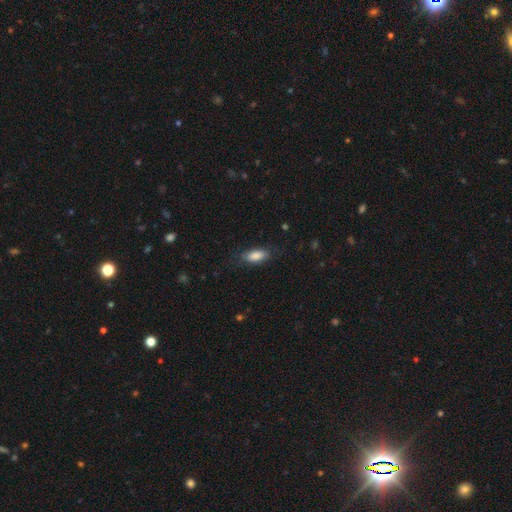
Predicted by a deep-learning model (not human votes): Smooth or featured?
  - smooth: 86% *
  - featured or disk: 7%
  - star or artifact: 6%
How rounded?
  - in between: 82% *
  - cigar-shaped: 16%
  - round: 2%
Merging?
  - none: 78% *
  - minor disturbance: 16%
  - major disturbance: 5%
  - merger: 1%